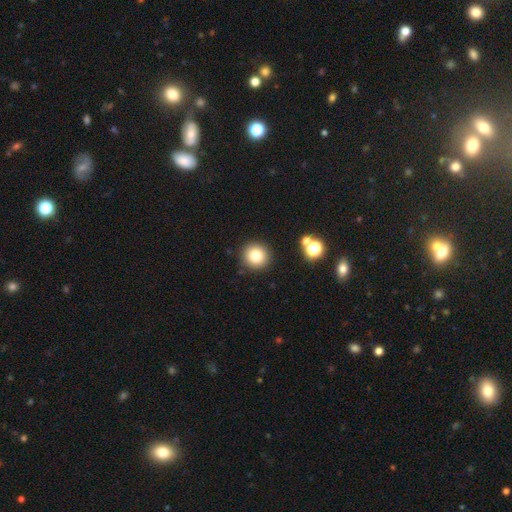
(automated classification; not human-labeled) smooth-or-featured: smooth: 80% | star or artifact: 12% | featured or disk: 8%
  how-rounded: round: 93% | in between: 6% | cigar-shaped: 1%
  merging: none: 88% | minor disturbance: 7% | merger: 3% | major disturbance: 2%